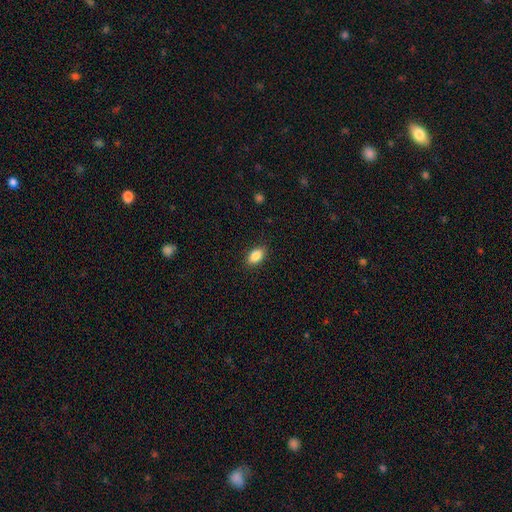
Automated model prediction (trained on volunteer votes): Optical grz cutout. It shows a smooth galaxy with no disk features (88%) that is in between round and cigar-shaped (91%). Merging: none (88%).